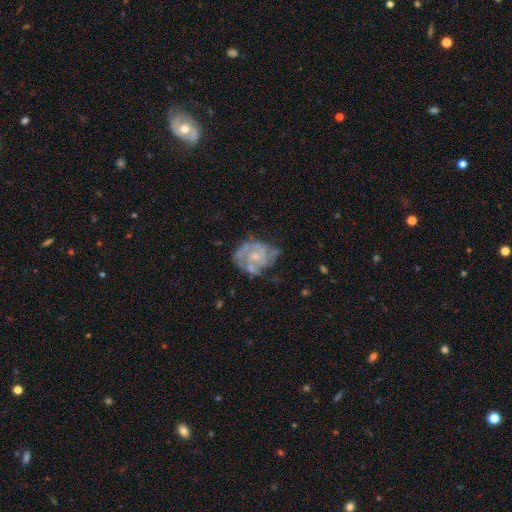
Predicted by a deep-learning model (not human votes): smooth_or_featured: featured or disk (p=0.77) [alt: smooth p=0.16]
disk_edge_on: no (p=0.98) [alt: yes p=0.02]
bar: no (p=0.72) [alt: weak p=0.24]
has_spiral_arms: yes (p=0.80) [alt: no p=0.20]
spiral_winding: tight (p=0.51) [alt: medium p=0.38]
spiral_arm_count: 2 (p=0.33) [alt: can't tell p=0.32]
bulge_size: small (p=0.50) [alt: moderate p=0.34]
merging: none (p=0.54) [alt: minor disturbance p=0.26]